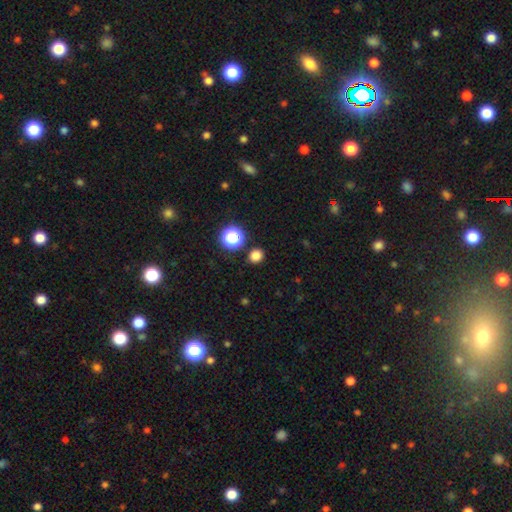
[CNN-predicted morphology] The model was most divided on "how rounded": round: 79%, in between: 20%, cigar-shaped: 1%. More confident: merging — none (87%); smooth or featured — smooth (79%).